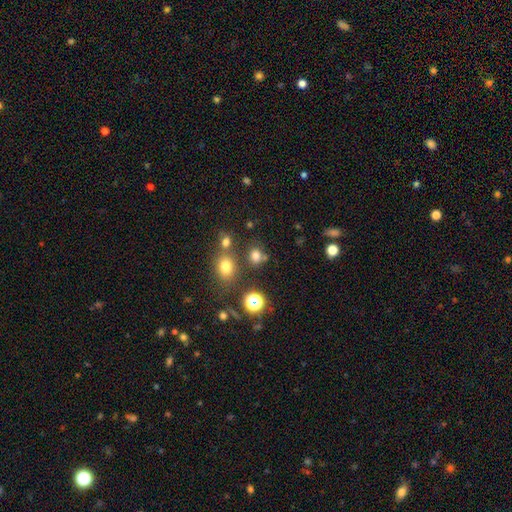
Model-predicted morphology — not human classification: smooth 71%, star or artifact 22%, featured or disk 7%. Down the decision tree: how rounded — round (68%); merging — none (69%).